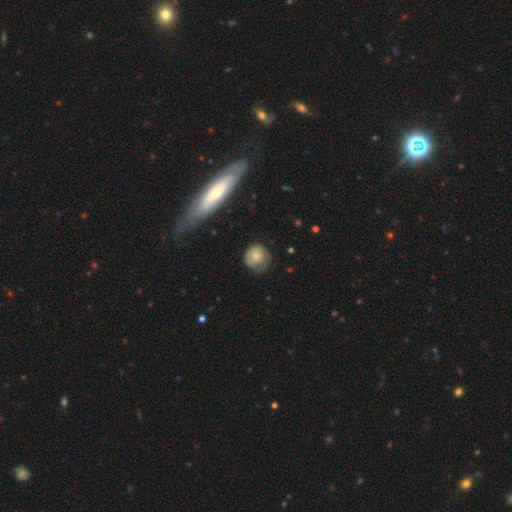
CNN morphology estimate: smooth_or_featured: smooth (p=0.71) [alt: featured or disk p=0.20]
how_rounded: round (p=0.83) [alt: in between p=0.16]
merging: none (p=0.55) [alt: minor disturbance p=0.32]